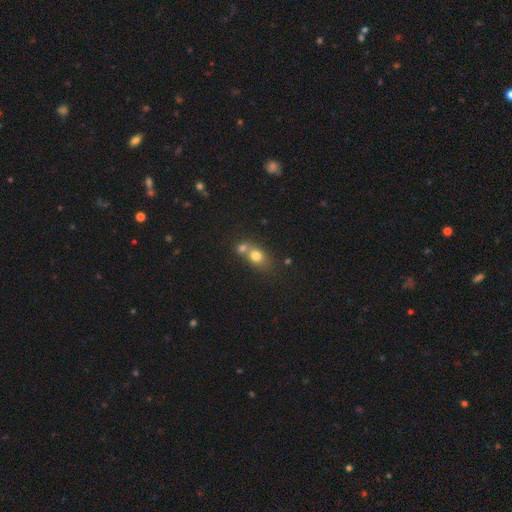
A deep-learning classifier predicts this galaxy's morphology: A smooth galaxy with no disk features (76%) that is round (53%). Merging: merger (58%).